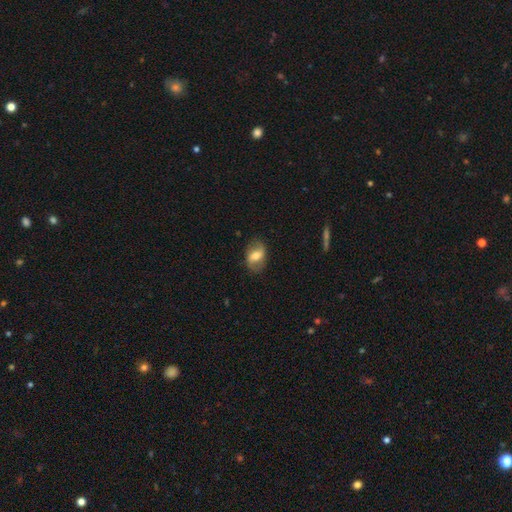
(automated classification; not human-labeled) smooth-or-featured: smooth: 49% | featured or disk: 44% | star or artifact: 7%
  merging: none: 77% | minor disturbance: 16% | major disturbance: 6% | merger: 1%